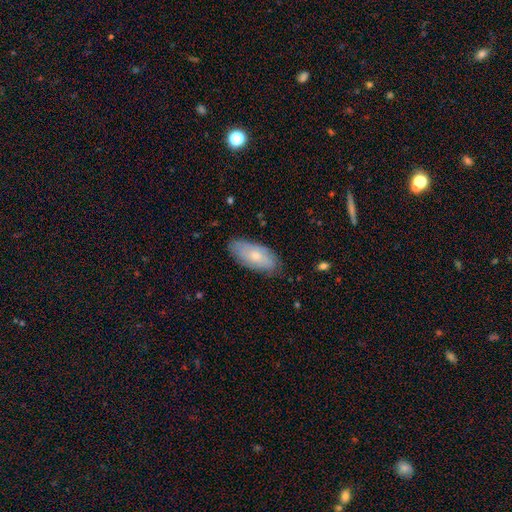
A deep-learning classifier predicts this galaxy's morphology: A smooth galaxy with no disk features (66%) that is in between round and cigar-shaped (90%). Merging: none (79%).